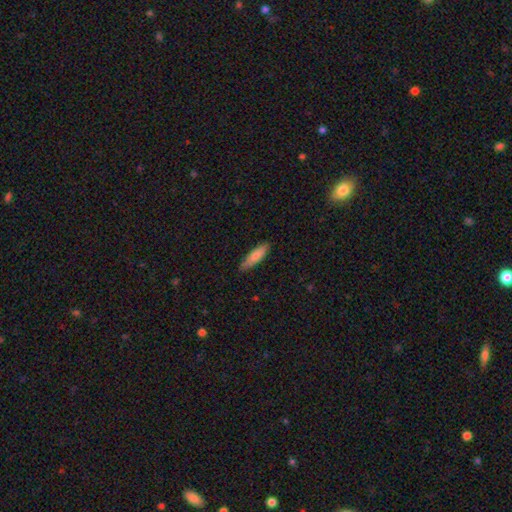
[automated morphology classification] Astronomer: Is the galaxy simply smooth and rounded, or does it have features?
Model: smooth — 81%.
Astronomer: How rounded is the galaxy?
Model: cigar-shaped — 67%.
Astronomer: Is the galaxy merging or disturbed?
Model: none — 83%.